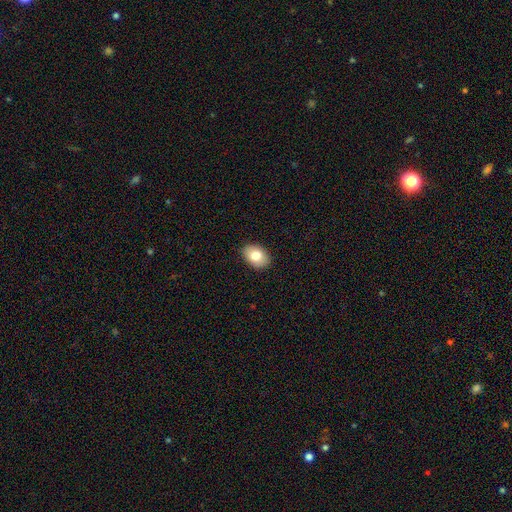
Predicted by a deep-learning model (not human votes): A smooth galaxy with no disk features (81%) that is in between round and cigar-shaped (81%). Merging: none (88%).